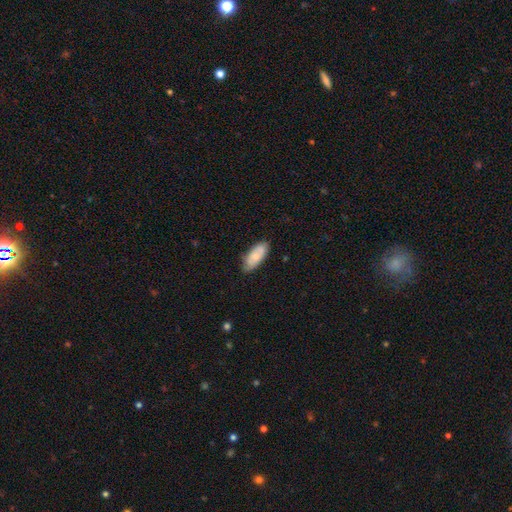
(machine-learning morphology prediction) type=smooth (73%); roundness=in between (86%); merging=none (77%).